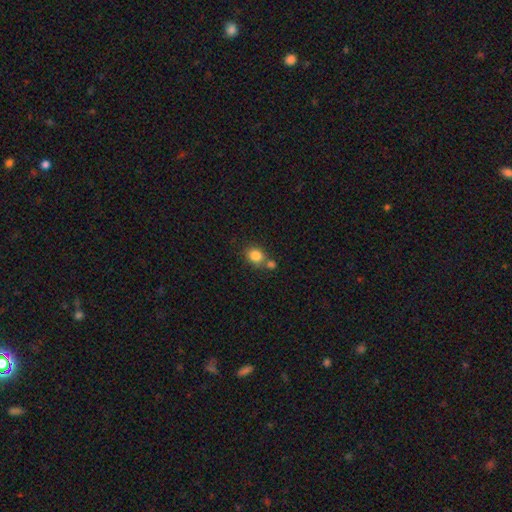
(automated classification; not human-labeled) This is clearly a smooth galaxy (83%). How rounded: likely round (68%). Merging: possibly none (56%).